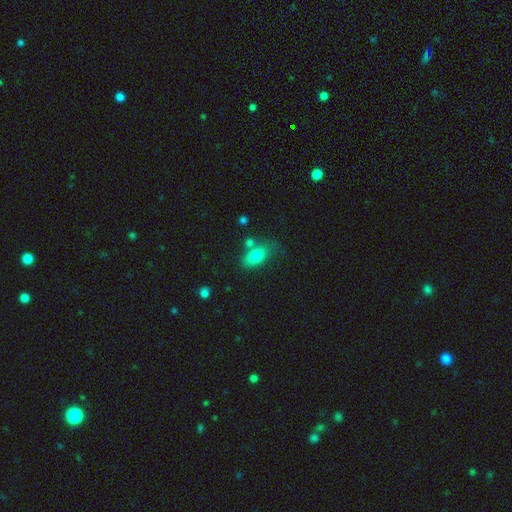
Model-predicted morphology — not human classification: This is clearly a smooth galaxy (82%). How rounded: clearly in between (87%). Merging: possibly none (55%).